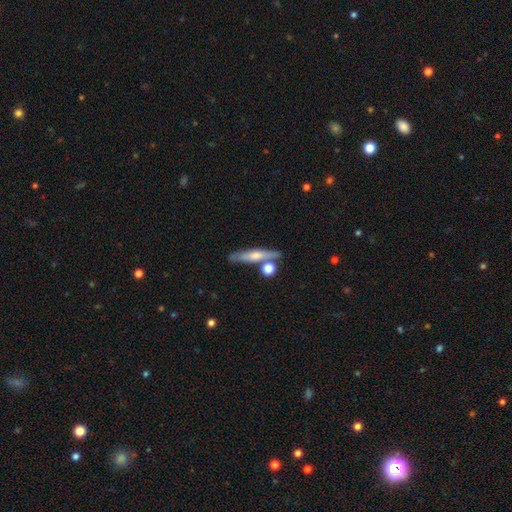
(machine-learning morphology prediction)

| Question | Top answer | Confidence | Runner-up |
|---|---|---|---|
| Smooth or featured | smooth | 47% | featured or disk (46%) |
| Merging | none | 68% | merger (15%) |